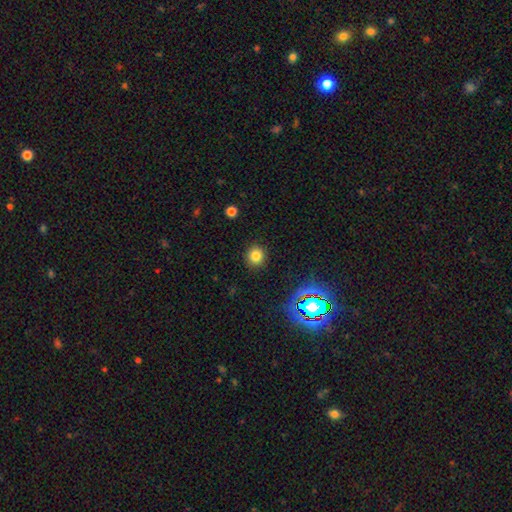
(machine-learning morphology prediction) Smooth or featured? Predicted: smooth (p=0.79). How rounded? Predicted: round (p=0.88). Merging? Predicted: none (p=0.90).